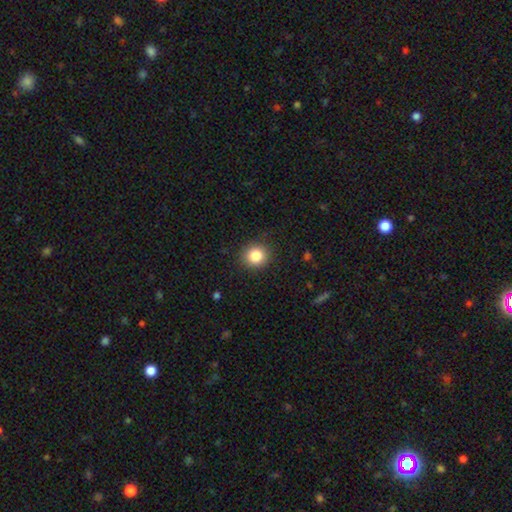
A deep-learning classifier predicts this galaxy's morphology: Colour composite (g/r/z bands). It shows a smooth galaxy with no disk features (84%) that is round (87%). Merging: none (89%).